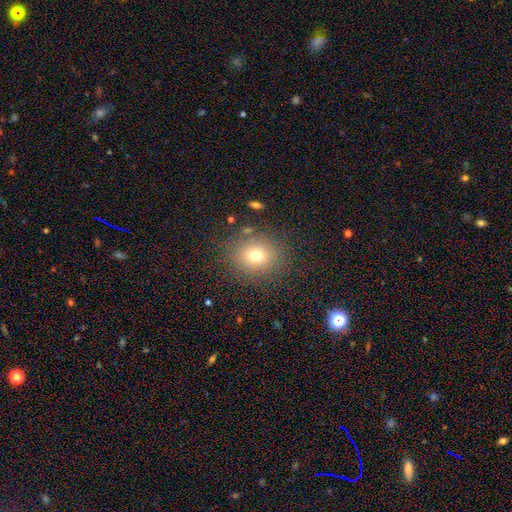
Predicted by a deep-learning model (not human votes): Smooth or featured?
  - smooth: 72% *
  - star or artifact: 16%
  - featured or disk: 12%
How rounded?
  - round: 77% *
  - in between: 22%
  - cigar-shaped: 1%
Merging?
  - none: 82% *
  - minor disturbance: 10%
  - major disturbance: 5%
  - merger: 3%